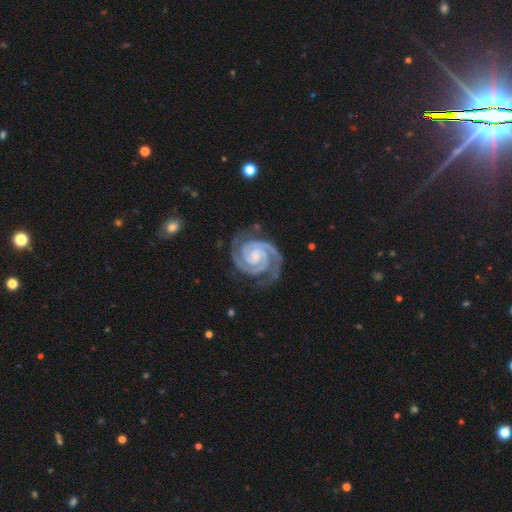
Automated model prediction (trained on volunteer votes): Q: Smooth or featured?
A: featured or disk (95%); runner-up: star or artifact (3%)
Q: Edge-on disk?
A: no (98%); runner-up: yes (2%)
Q: Bar?
A: no (62%); runner-up: weak (26%)
Q: Spiral arms?
A: yes (99%); runner-up: no (1%)
Q: Spiral winding?
A: tight (79%); runner-up: medium (20%)
Q: Spiral arm count?
A: 2 (88%); runner-up: 3 (7%)
Q: Bulge size?
A: small (65%); runner-up: moderate (24%)
Q: Merging?
A: none (77%); runner-up: minor disturbance (17%)